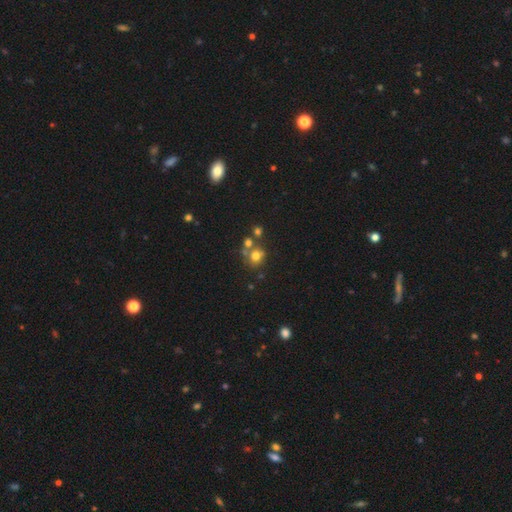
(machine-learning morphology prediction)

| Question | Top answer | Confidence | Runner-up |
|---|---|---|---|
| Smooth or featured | smooth | 69% | star or artifact (17%) |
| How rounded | round | 78% | in between (21%) |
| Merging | none | 53% | merger (30%) |